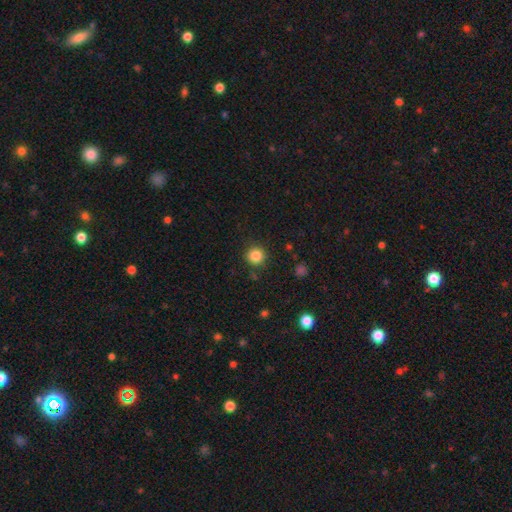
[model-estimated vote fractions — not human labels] smooth-or-featured: smooth: 84% | star or artifact: 11% | featured or disk: 4%
  how-rounded: round: 94% | in between: 5% | cigar-shaped: 1%
  merging: none: 89% | minor disturbance: 7% | major disturbance: 2% | merger: 2%